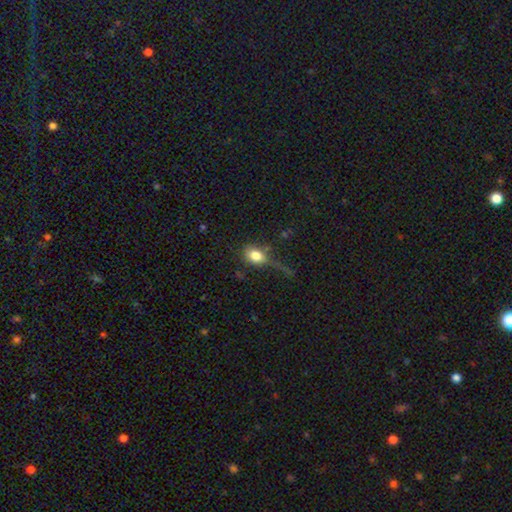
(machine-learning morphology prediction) smooth 78%, featured or disk 12%, star or artifact 9%. Down the decision tree: how rounded — in between (70%); merging — none (40%).